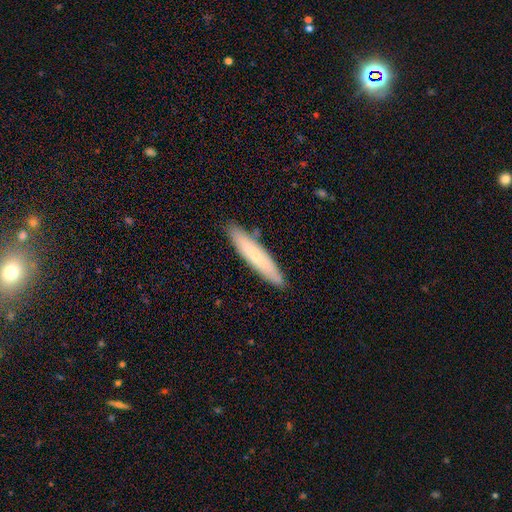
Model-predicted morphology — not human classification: A smooth galaxy with no disk features (63%) that is cigar-shaped (89%).

Vote fractions:
- Smooth or featured? smooth: 63% / featured or disk: 31% / star or artifact: 6%
- How rounded? cigar-shaped: 89% / in between: 10% / round: 1%
- Merging? none: 88% / minor disturbance: 9% / merger: 2% / major disturbance: 2%